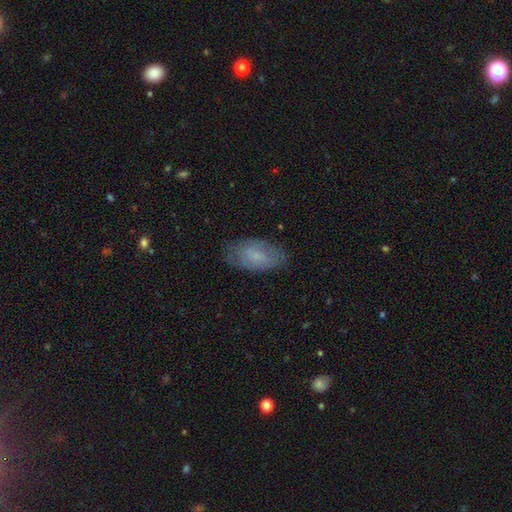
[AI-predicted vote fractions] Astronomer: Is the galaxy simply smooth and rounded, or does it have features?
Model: smooth — 66%.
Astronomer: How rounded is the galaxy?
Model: in between — 93%.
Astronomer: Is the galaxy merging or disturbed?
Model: none — 72%.